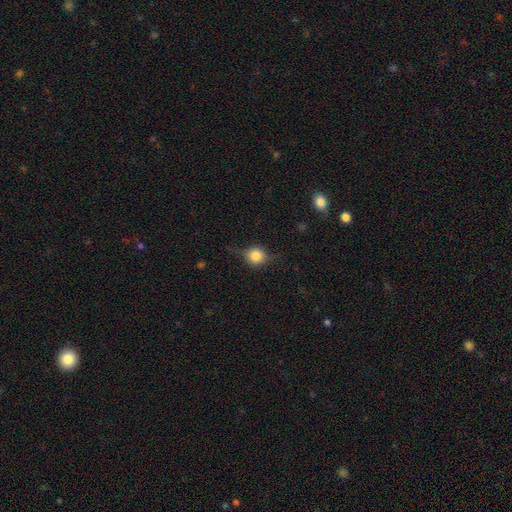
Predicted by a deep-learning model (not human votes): Smooth or featured?
  - smooth: 72% *
  - featured or disk: 17%
  - star or artifact: 11%
How rounded?
  - round: 83% *
  - in between: 16%
  - cigar-shaped: 1%
Merging?
  - none: 70% *
  - minor disturbance: 21%
  - major disturbance: 7%
  - merger: 1%